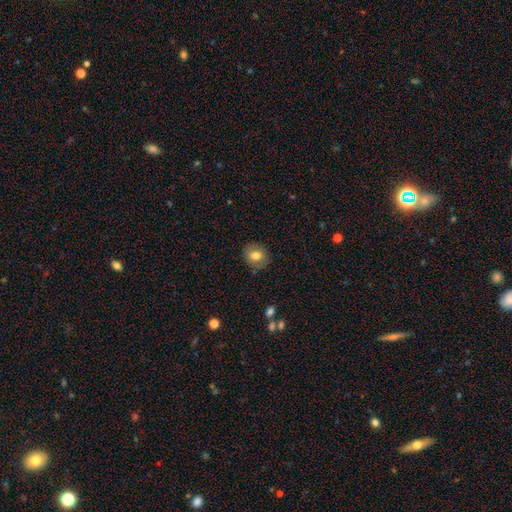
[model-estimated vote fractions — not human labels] This appears to be a smooth galaxy with no disk features (75%) that is round (69%). Merging: none (86%).